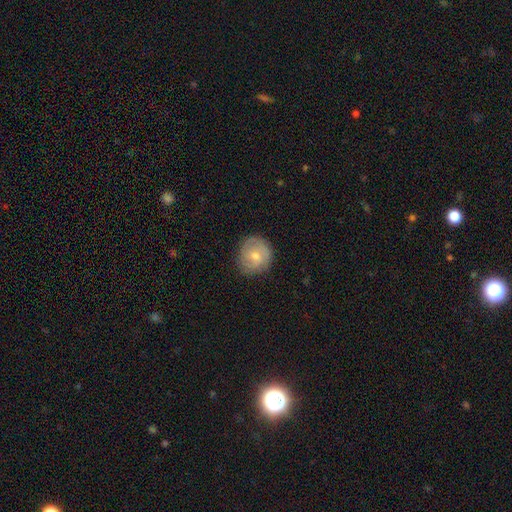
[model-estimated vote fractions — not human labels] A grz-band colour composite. It shows a smooth galaxy with no disk features (56%) that is round (86%). Merging: none (81%).